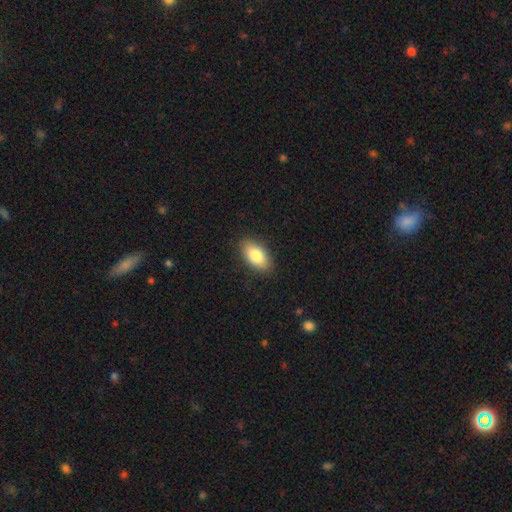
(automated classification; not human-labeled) Overall: smooth (83%). How rounded: in between (93%). Merging: none (87%).